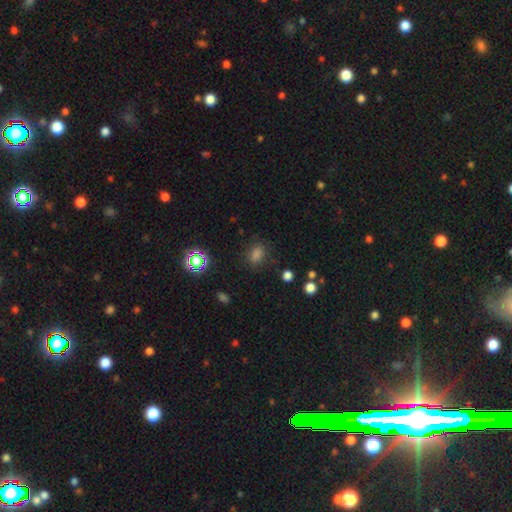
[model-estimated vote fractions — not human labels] Smooth or featured? smooth (71%)
How rounded? in between (53%)
Merging? none (81%)